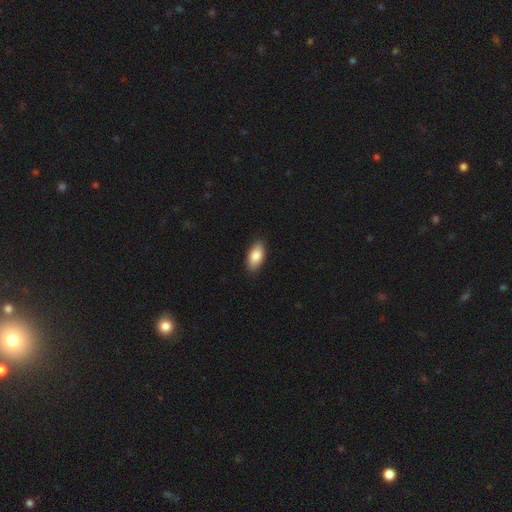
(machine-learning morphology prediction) Smooth or featured? Predicted: smooth (p=0.86). How rounded? Predicted: in between (p=0.92). Merging? Predicted: none (p=0.89).